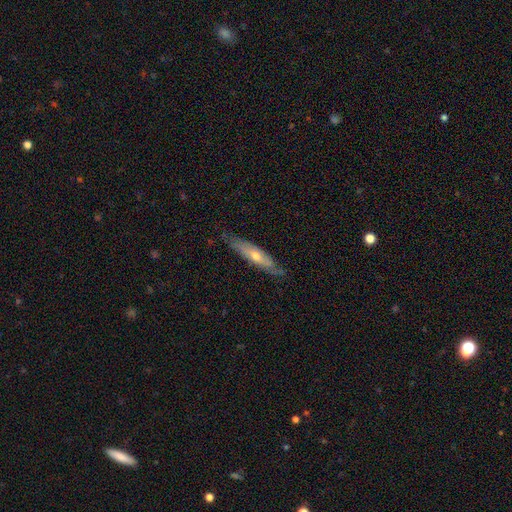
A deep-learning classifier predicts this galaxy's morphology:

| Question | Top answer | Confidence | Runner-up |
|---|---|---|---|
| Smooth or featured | featured or disk | 59% | smooth (35%) |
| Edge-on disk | yes | 67% | no (33%) |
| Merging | none | 77% | minor disturbance (18%) |